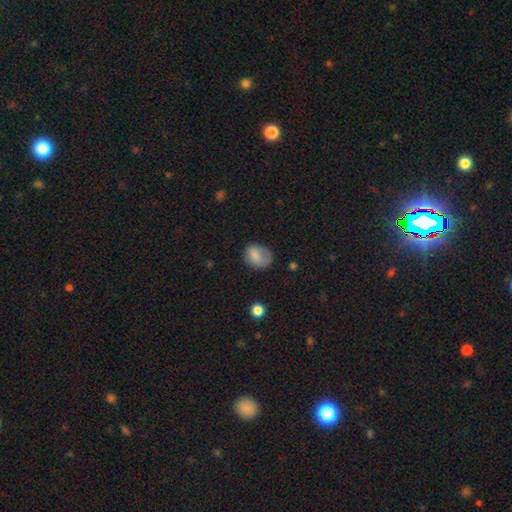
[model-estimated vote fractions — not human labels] smooth 77%, featured or disk 14%, star or artifact 9%. Down the decision tree: how rounded — in between (54%); merging — none (56%).